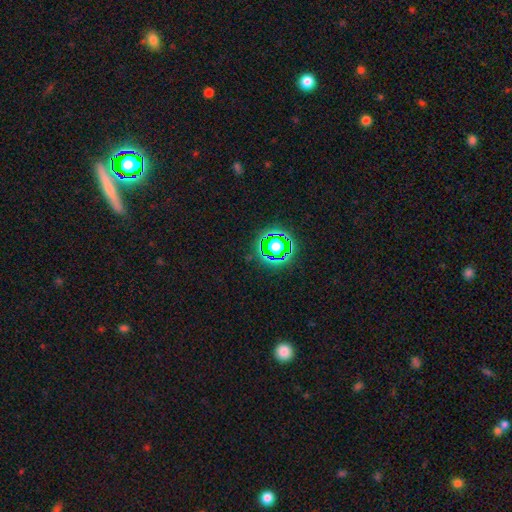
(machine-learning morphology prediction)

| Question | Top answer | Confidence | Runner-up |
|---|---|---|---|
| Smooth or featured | star or artifact | 73% | smooth (19%) |